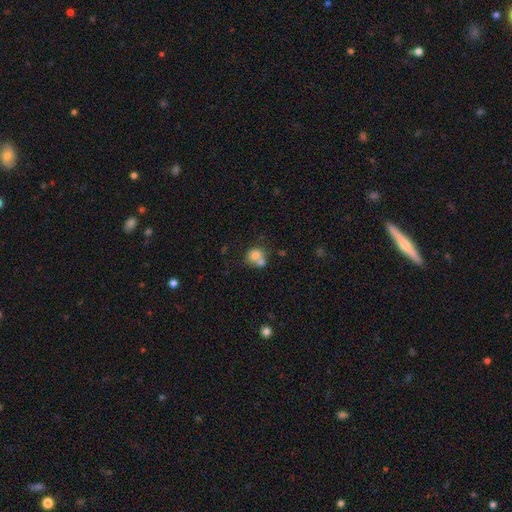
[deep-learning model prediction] Q: Smooth or featured?
A: smooth (74%); runner-up: featured or disk (15%)
Q: How rounded?
A: round (72%); runner-up: in between (27%)
Q: Merging?
A: merger (53%); runner-up: none (34%)